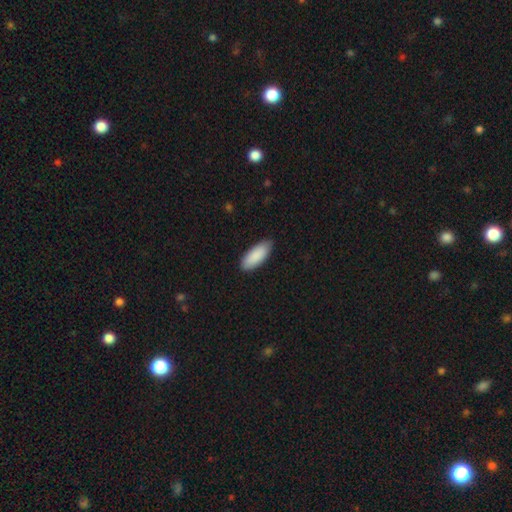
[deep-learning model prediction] Morphology: type=smooth (90%); roundness=in between (82%); merging=none (86%).